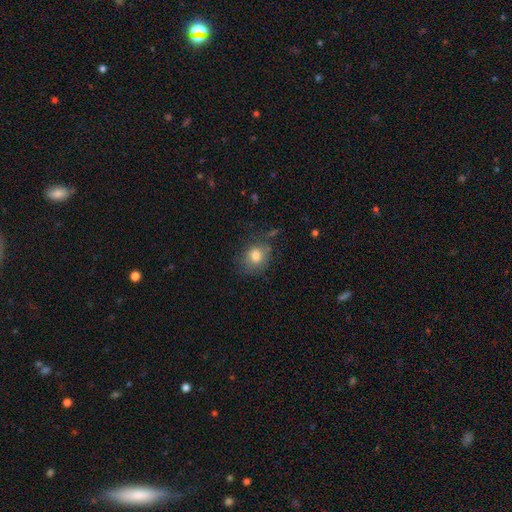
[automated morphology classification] smooth_or_featured: smooth (p=0.77) [alt: featured or disk p=0.13]
how_rounded: round (p=0.58) [alt: in between p=0.41]
merging: none (p=0.69) [alt: minor disturbance p=0.20]